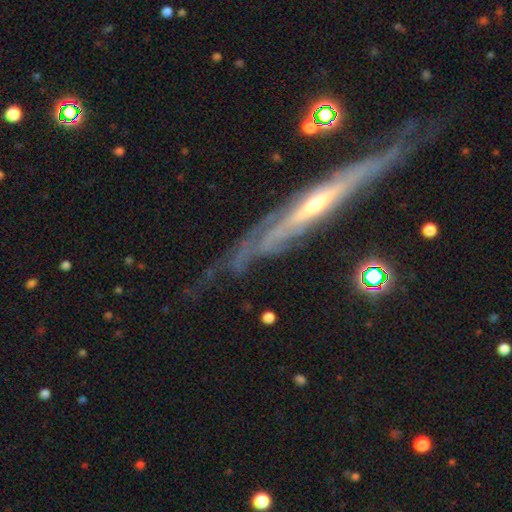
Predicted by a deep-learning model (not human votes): A featured or disk galaxy (85%) viewed edge-on (62%) with a rounded central bulge (52%). Merging: none (66%).